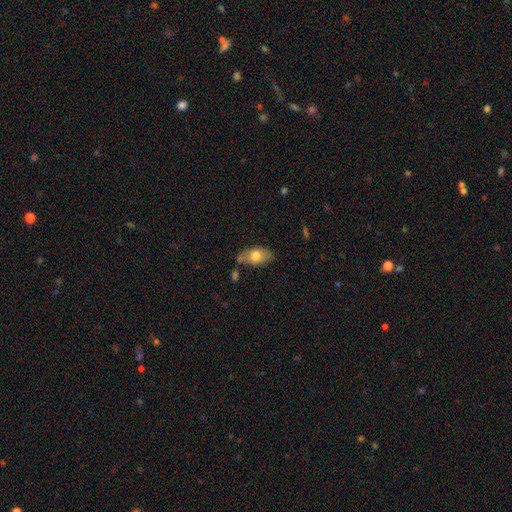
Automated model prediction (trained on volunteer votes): Q: Smooth or featured?
A: smooth (72%); runner-up: featured or disk (21%)
Q: How rounded?
A: in between (91%); runner-up: round (6%)
Q: Merging?
A: none (61%); runner-up: minor disturbance (23%)